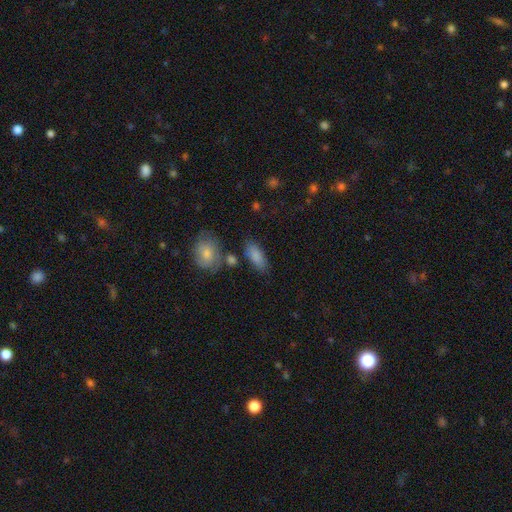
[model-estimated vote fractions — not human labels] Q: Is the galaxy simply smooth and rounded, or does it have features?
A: smooth — 85%.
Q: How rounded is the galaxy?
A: in between — 83%.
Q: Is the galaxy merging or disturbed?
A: none — 71%.